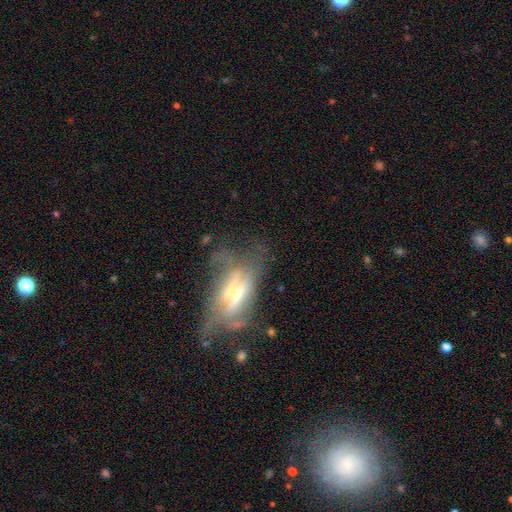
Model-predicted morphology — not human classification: Smooth or featured?
  - featured or disk: 65% *
  - smooth: 21%
  - star or artifact: 14%
Edge-on disk?
  - no: 82% *
  - yes: 18%
Bar?
  - no: 51% *
  - weak: 33%
  - strong: 16%
Spiral arms?
  - no: 54% *
  - yes: 46%
Bulge size?
  - moderate: 50% *
  - small: 26%
  - large: 14%
  - none: 8%
  - dominant: 2%
Merging?
  - none: 37% *
  - major disturbance: 35%
  - minor disturbance: 21%
  - merger: 7%